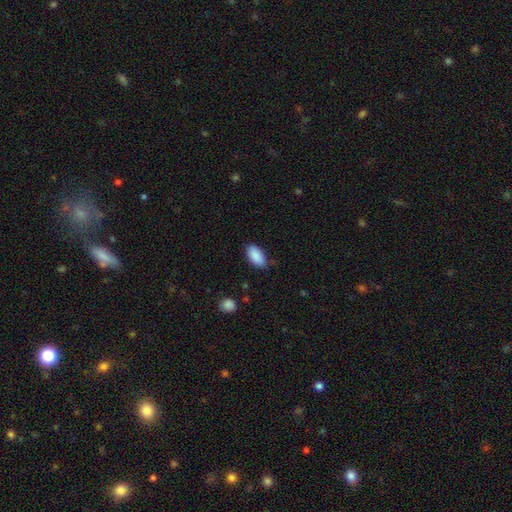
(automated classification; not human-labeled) Morphology: type=smooth (89%); roundness=in between (94%); merging=none (80%).